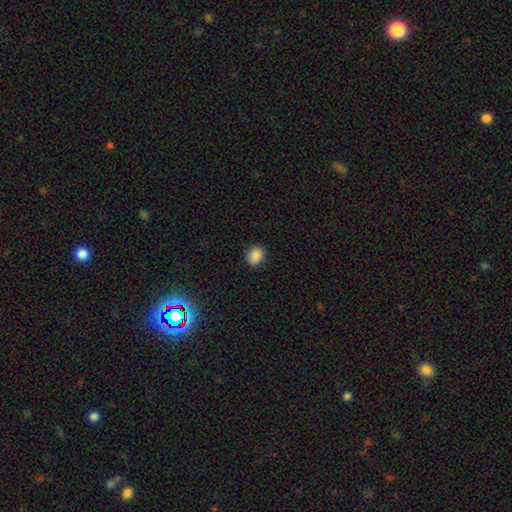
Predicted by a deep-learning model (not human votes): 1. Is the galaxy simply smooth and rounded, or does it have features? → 86% smooth, 10% star or artifact, 4% featured or disk.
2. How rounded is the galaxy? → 62% round, 37% in between, 1% cigar-shaped.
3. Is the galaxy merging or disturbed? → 89% none, 8% minor disturbance, 2% major disturbance, 1% merger.